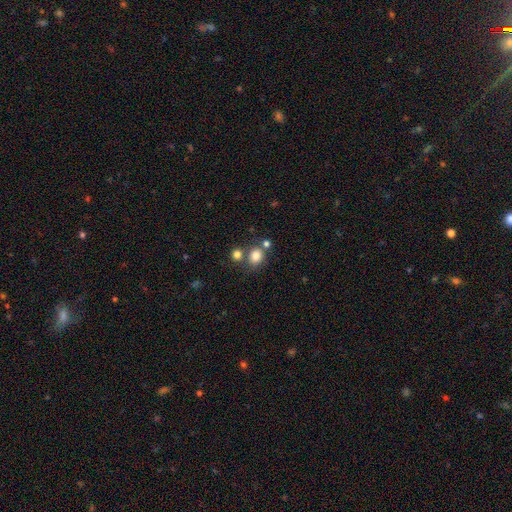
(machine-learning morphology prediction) Smooth or featured? smooth (81%)
How rounded? round (67%)
Merging? none (63%)